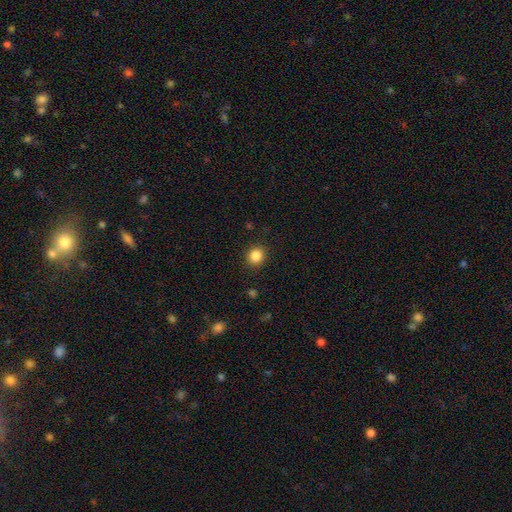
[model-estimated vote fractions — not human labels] A smooth galaxy with no disk features (86%) that is round (81%).

Vote fractions:
- Smooth or featured? smooth: 86% / star or artifact: 11% / featured or disk: 3%
- How rounded? round: 81% / in between: 18% / cigar-shaped: 1%
- Merging? none: 89% / minor disturbance: 7% / major disturbance: 3% / merger: 1%